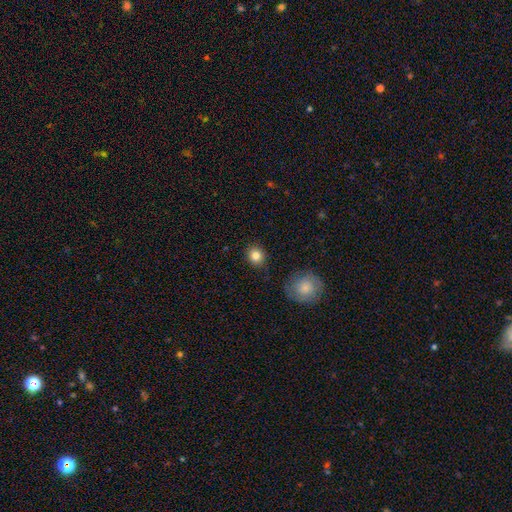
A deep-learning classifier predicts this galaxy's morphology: This appears to be a smooth galaxy with no disk features (83%) that is round (78%). Merging: none (87%).